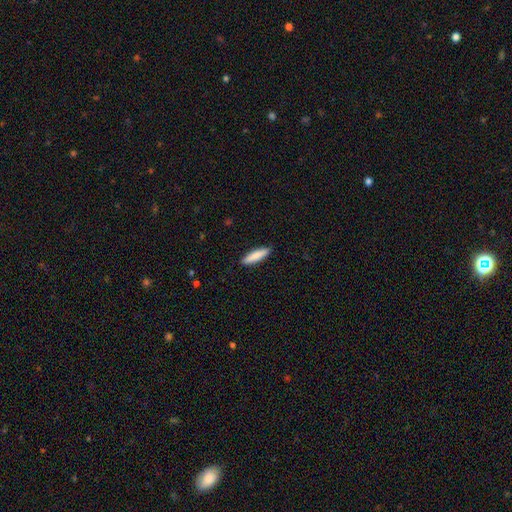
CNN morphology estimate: smooth-or-featured: smooth: 85% | featured or disk: 9% | star or artifact: 5%
  how-rounded: cigar-shaped: 76% | in between: 22% | round: 1%
  merging: none: 90% | minor disturbance: 8% | major disturbance: 2% | merger: 1%